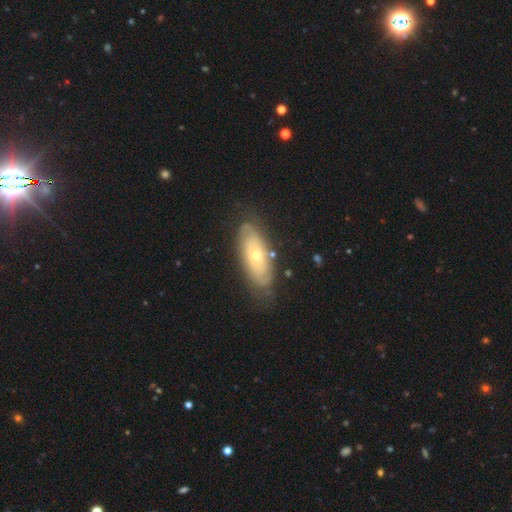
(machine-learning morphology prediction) The model was most divided on "bulge size": small: 50%, moderate: 46%, large: 2%, dominant: 1%, none: 1%. More confident: bar — no (87%); edge-on disk — no (83%); merging — none (74%); smooth or featured — featured or disk (61%); spiral arms — yes (56%).